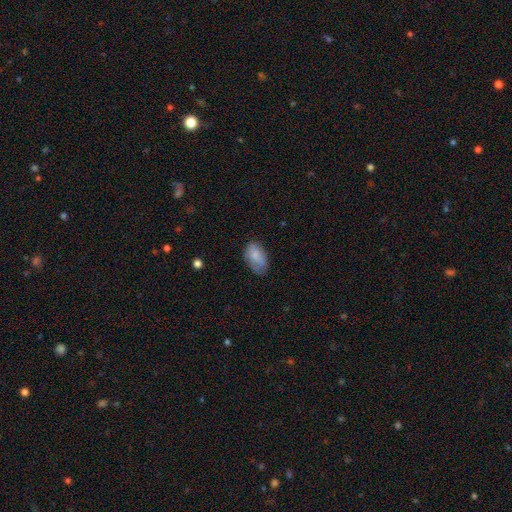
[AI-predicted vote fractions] Morphology: type=smooth (81%); roundness=in between (92%); merging=none (62%).